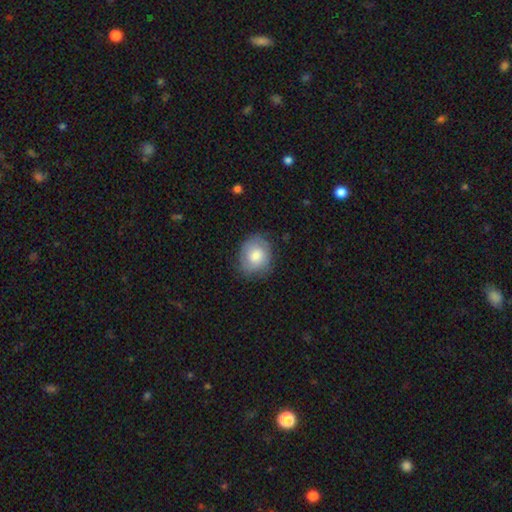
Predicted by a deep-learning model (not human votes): Smooth or featured: smooth — 73% (featured or disk — 20%)
How rounded: round — 57% (in between — 42%)
Merging: none — 74% (minor disturbance — 20%)